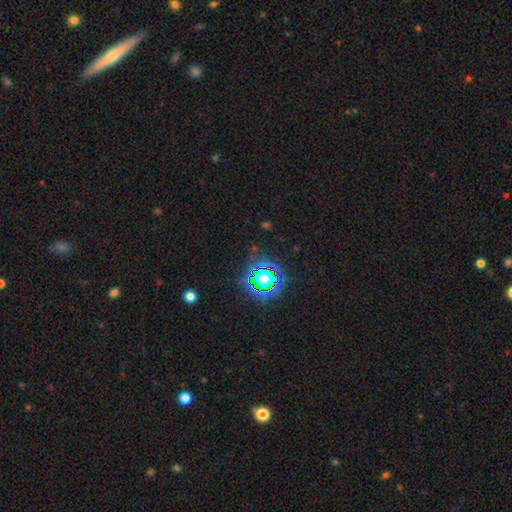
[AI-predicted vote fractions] A star or artifact, not a galaxy (79%).